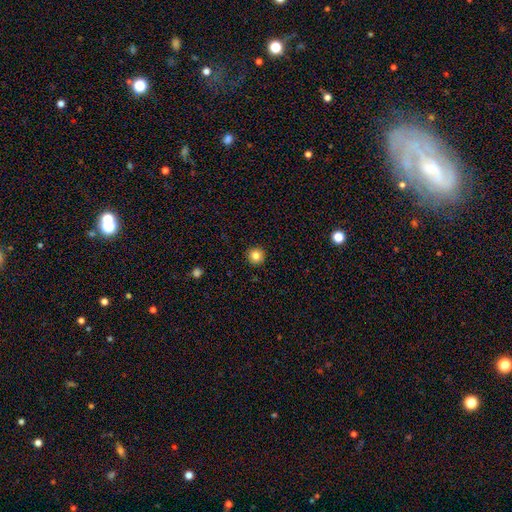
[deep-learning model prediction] Smooth or featured? smooth (84%)
How rounded? round (96%)
Merging? none (93%)